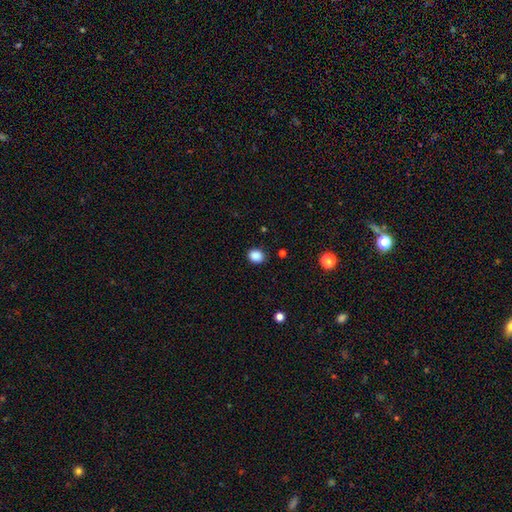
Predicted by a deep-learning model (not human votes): Smooth or featured: smooth — 87% (star or artifact — 10%)
How rounded: round — 60% (in between — 39%)
Merging: none — 87% (minor disturbance — 9%)